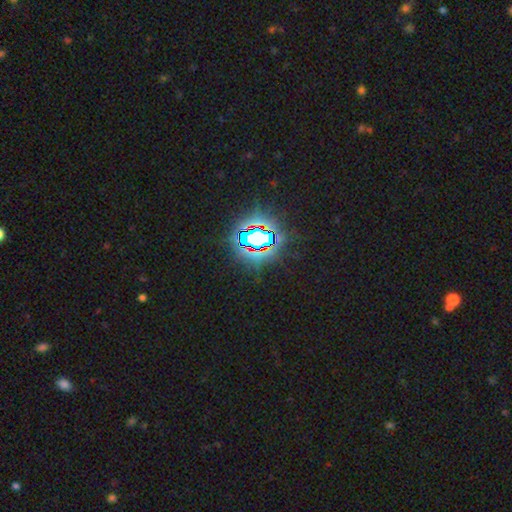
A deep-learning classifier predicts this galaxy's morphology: Smooth or featured? Predicted: star or artifact (p=0.85).